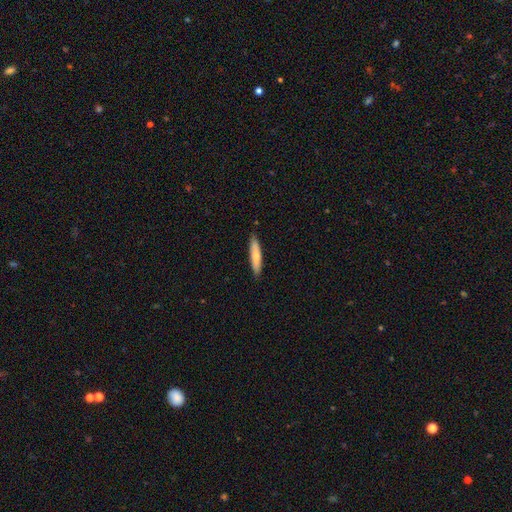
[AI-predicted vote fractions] The model was most divided on "smooth or featured": smooth: 73%, featured or disk: 22%, star or artifact: 5%. More confident: merging — none (88%); how rounded — cigar-shaped (84%).